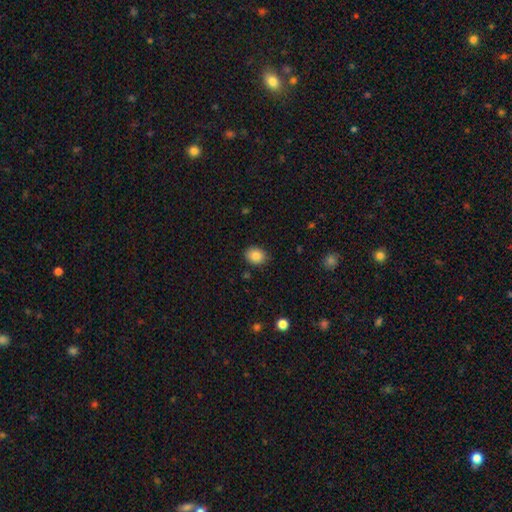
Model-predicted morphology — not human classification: Smooth or featured? smooth (86%)
How rounded? in between (55%)
Merging? none (86%)